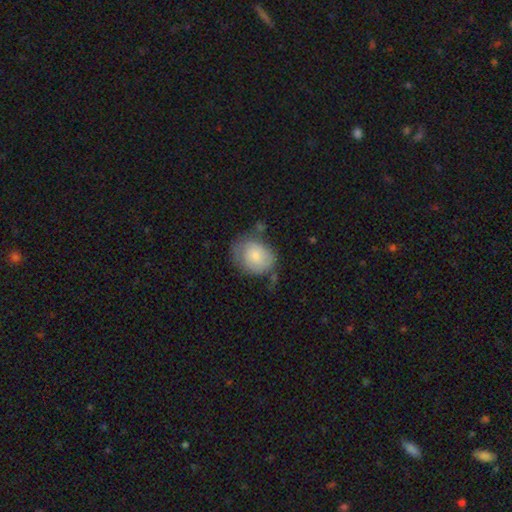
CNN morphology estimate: This appears to be a smooth galaxy with no disk features (73%) that is round (53%). Merging: none (49%).